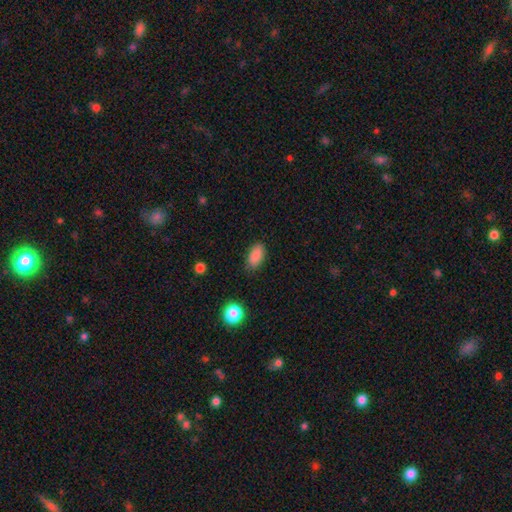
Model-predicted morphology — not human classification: The model was most divided on "merging": none: 82%, minor disturbance: 14%, major disturbance: 3%, merger: 1%. More confident: how rounded — in between (91%); smooth or featured — smooth (88%).